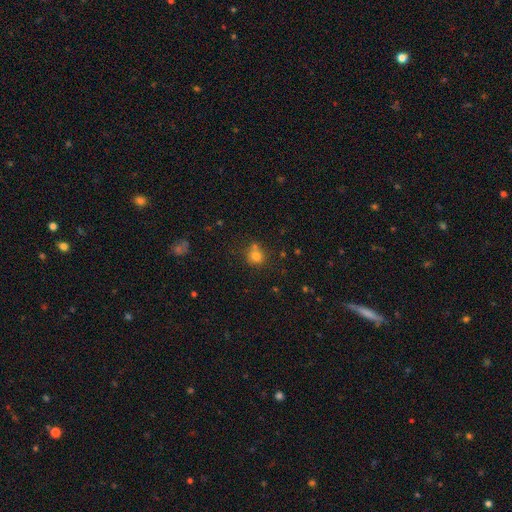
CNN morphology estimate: Overall: smooth (78%). How rounded: round (82%). Merging: none (59%; merger 22%).